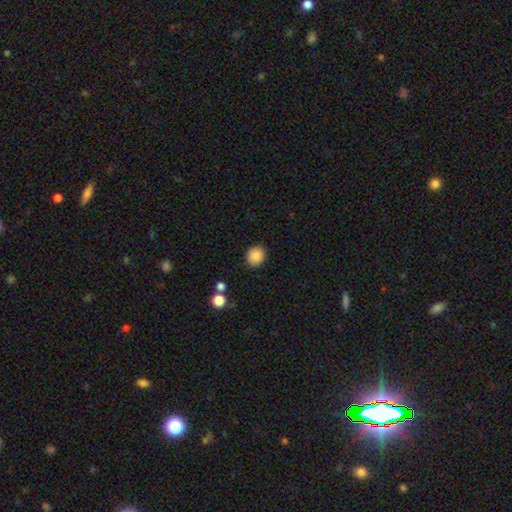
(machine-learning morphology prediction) This is clearly a smooth galaxy (88%). How rounded: likely round (80%). Merging: clearly none (89%).